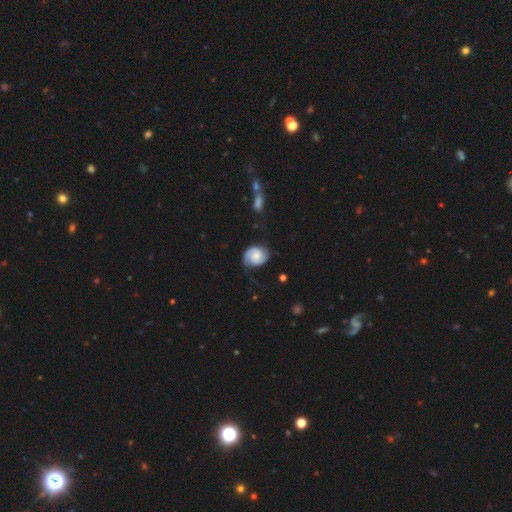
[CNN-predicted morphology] Overall: featured or disk (78%). Edge-on disk: no (98%). Bar: no (60%; weak 34%). Spiral arms: yes (97%). Spiral arm count: 2 (88%). Spiral winding: tight (47%; medium 41%). Bulge size: moderate (36%; small 33%). Merging: none (73%).